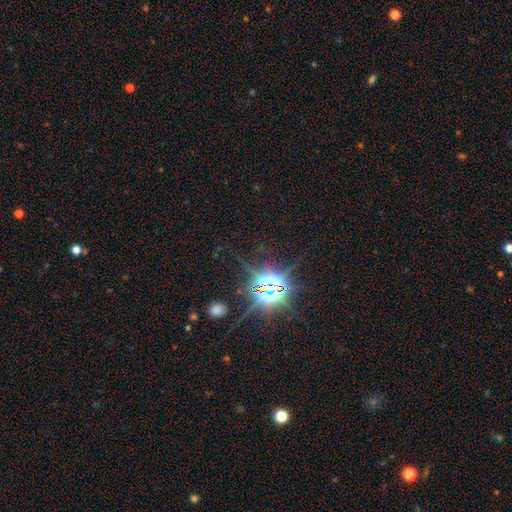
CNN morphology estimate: type=star or artifact (85%).